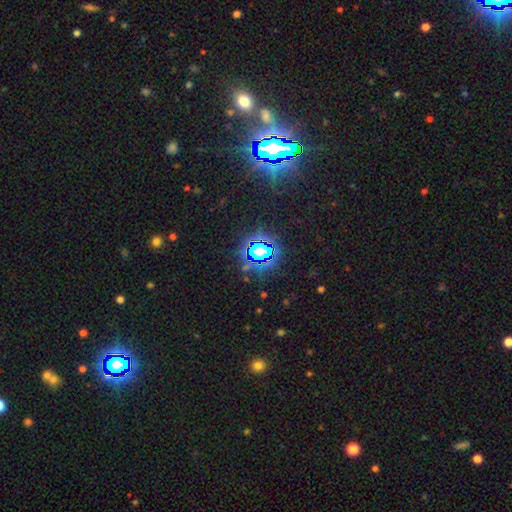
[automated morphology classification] This appears to be a star or artifact, not a galaxy (81%).